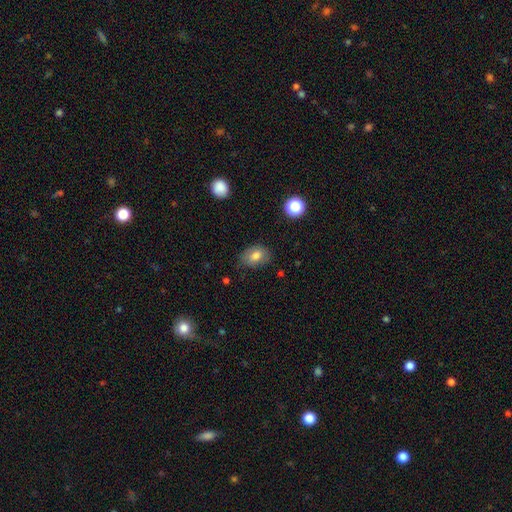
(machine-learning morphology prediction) smooth-or-featured: smooth: 77% | featured or disk: 13% | star or artifact: 9%
  how-rounded: in between: 78% | round: 21% | cigar-shaped: 1%
  merging: none: 74% | minor disturbance: 20% | major disturbance: 5% | merger: 1%